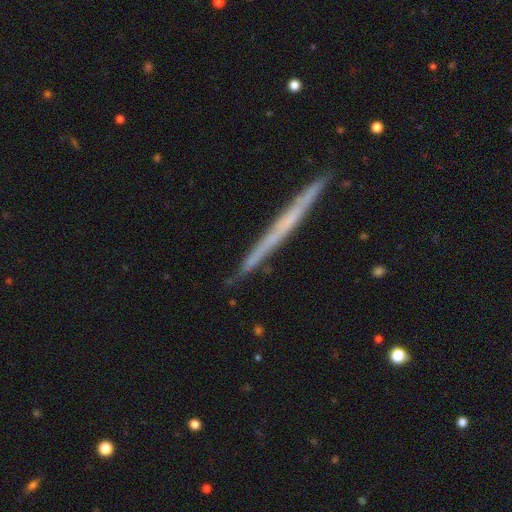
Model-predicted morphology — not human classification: The model was most divided on "smooth or featured": featured or disk: 59%, smooth: 35%, star or artifact: 6%. More confident: edge-on disk — yes (97%); merging — none (89%); edge-on bulge — none (88%).